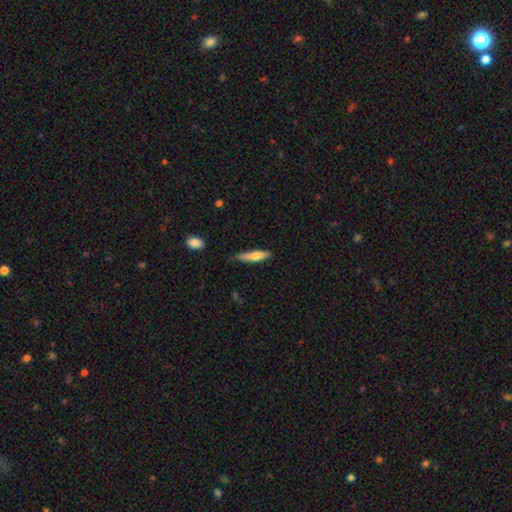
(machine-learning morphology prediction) Smooth or featured?
  - smooth: 68% *
  - featured or disk: 26%
  - star or artifact: 6%
How rounded?
  - cigar-shaped: 79% *
  - in between: 19%
  - round: 2%
Merging?
  - none: 66% *
  - minor disturbance: 28%
  - major disturbance: 5%
  - merger: 2%